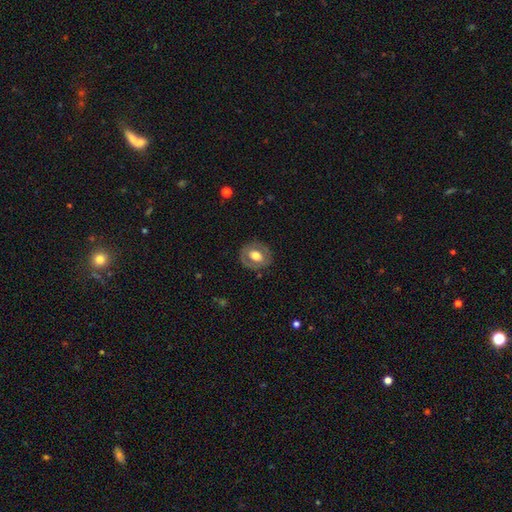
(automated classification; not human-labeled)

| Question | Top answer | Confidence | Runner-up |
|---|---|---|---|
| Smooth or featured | featured or disk | 48% | smooth (46%) |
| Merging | none | 81% | minor disturbance (13%) |